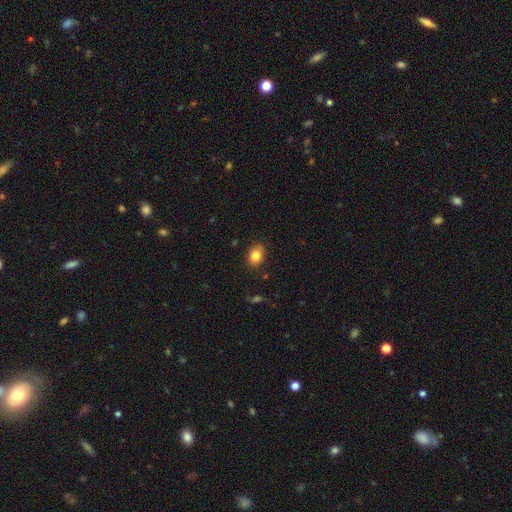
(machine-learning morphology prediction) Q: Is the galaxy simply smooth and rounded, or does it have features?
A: smooth — 83%.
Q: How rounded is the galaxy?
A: in between — 66%.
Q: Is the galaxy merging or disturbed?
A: none — 85%.